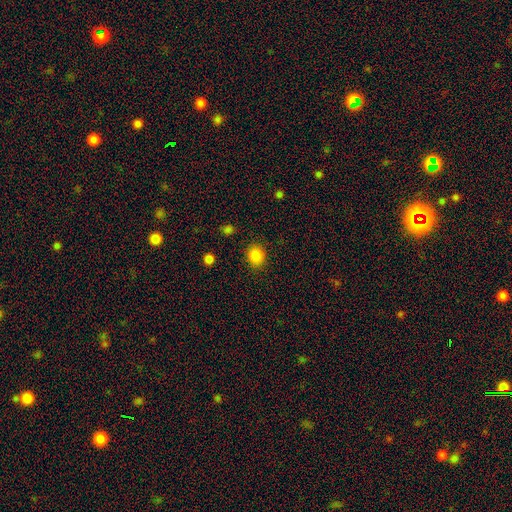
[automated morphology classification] Smooth or featured? Predicted: smooth (p=0.86). How rounded? Predicted: round (p=0.71). Merging? Predicted: none (p=0.88).